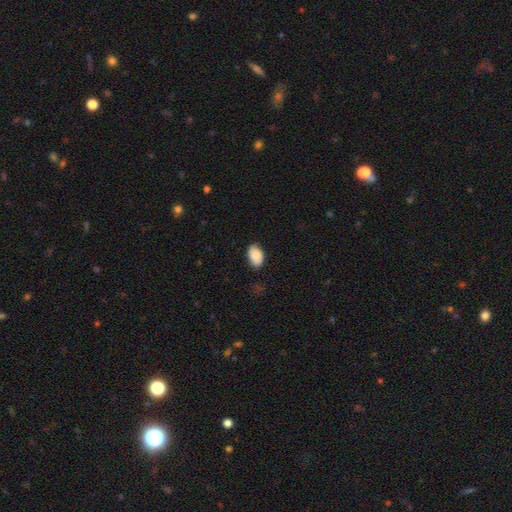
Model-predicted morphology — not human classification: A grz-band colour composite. It shows a smooth galaxy with no disk features (86%) that is in between round and cigar-shaped (90%). Merging: none (79%).